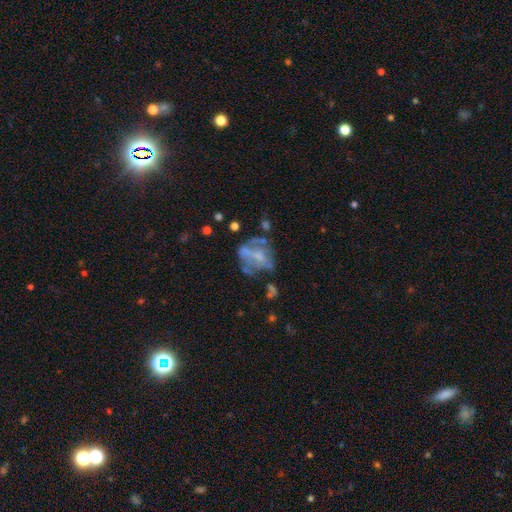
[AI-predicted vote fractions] Overall: featured or disk (60%; smooth 27%). Edge-on disk: no (96%). Bar: no (63%; weak 25%). Spiral arms: no (77%). Bulge size: none (35%, tied with small). Merging: none (37%; major disturbance 30%).